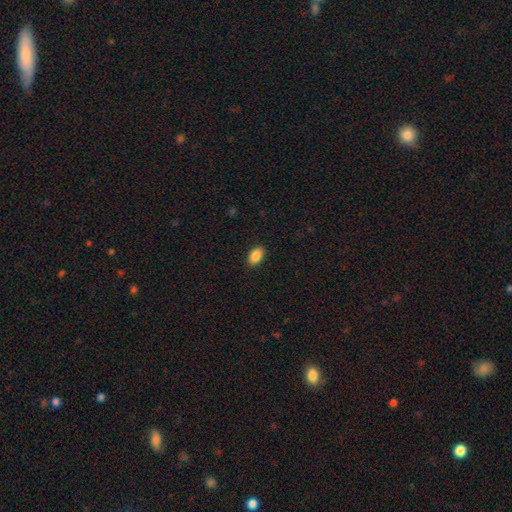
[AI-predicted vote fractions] Smooth or featured?
  - smooth: 89% *
  - star or artifact: 8%
  - featured or disk: 4%
How rounded?
  - in between: 92% *
  - round: 7%
  - cigar-shaped: 2%
Merging?
  - none: 89% *
  - minor disturbance: 8%
  - major disturbance: 2%
  - merger: 1%